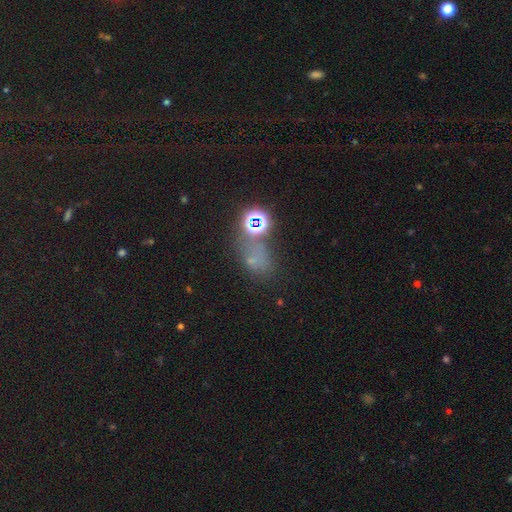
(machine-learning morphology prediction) Smooth or featured? star or artifact (50%)